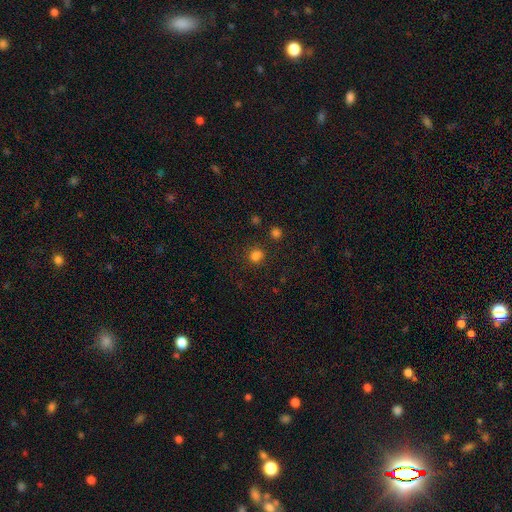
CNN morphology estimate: Smooth or featured: smooth — 78% (star or artifact — 17%)
How rounded: round — 84% (in between — 15%)
Merging: none — 80% (minor disturbance — 10%)